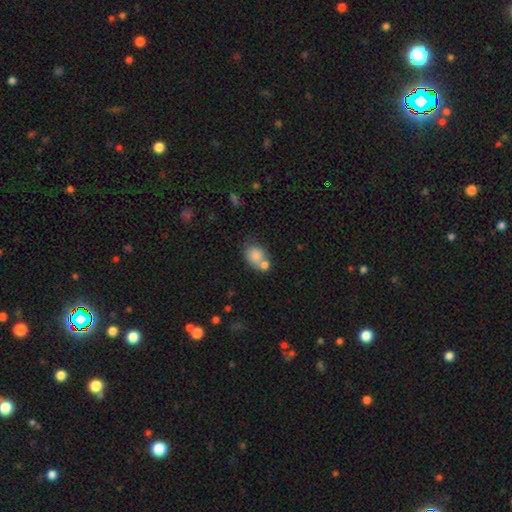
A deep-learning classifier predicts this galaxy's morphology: A smooth galaxy with no disk features (81%) that is round (54%). Merging: merger (41%).